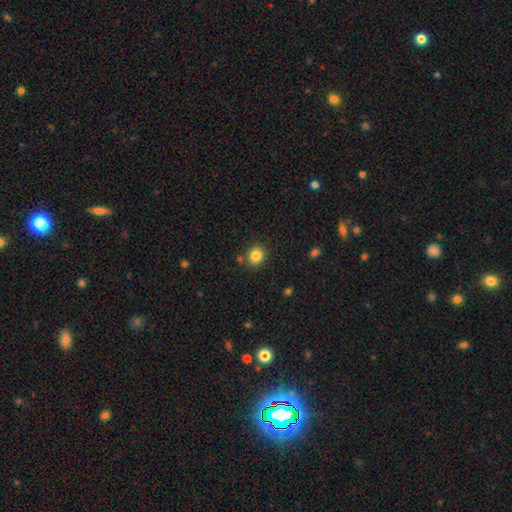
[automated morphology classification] Overall: smooth (84%). How rounded: round (79%). Merging: none (84%).